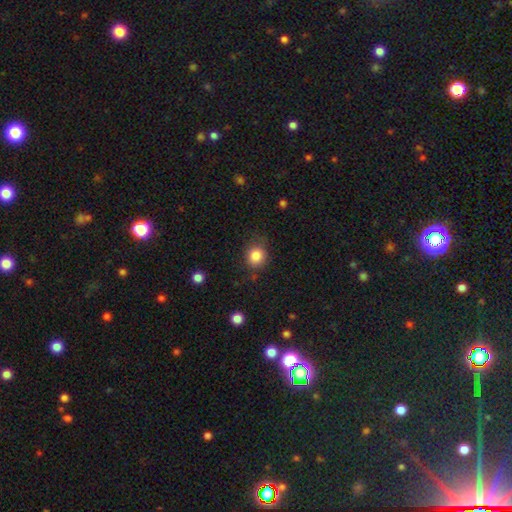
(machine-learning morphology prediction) A smooth galaxy with no disk features (85%) that is round (83%).

Vote fractions:
- Smooth or featured? smooth: 85% / star or artifact: 10% / featured or disk: 5%
- How rounded? round: 83% / in between: 17% / cigar-shaped: 1%
- Merging? none: 78% / minor disturbance: 15% / major disturbance: 5% / merger: 2%